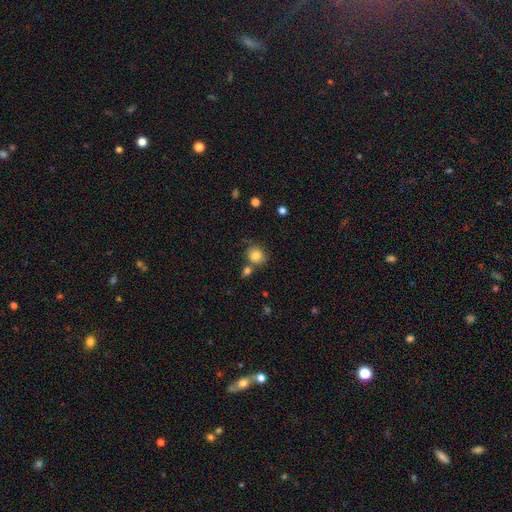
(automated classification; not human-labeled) smooth 81%, star or artifact 10%, featured or disk 9%. Down the decision tree: how rounded — round (83%); merging — none (64%).